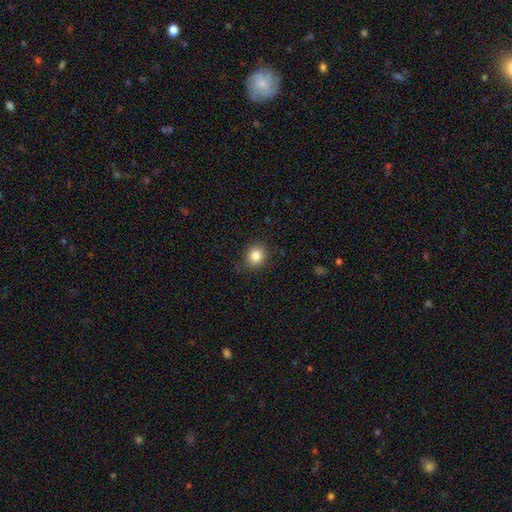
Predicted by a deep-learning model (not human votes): Overall: smooth (84%). How rounded: round (76%). Merging: none (88%).